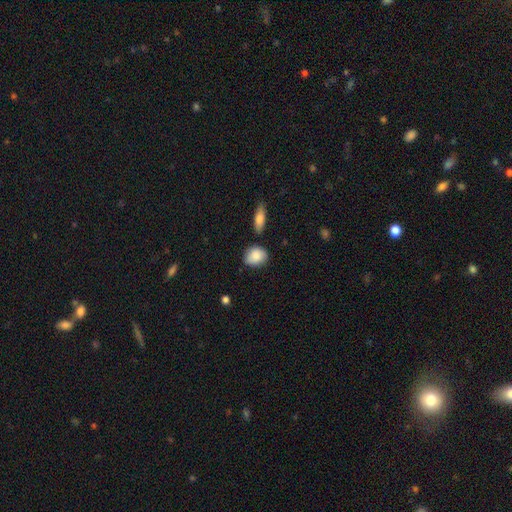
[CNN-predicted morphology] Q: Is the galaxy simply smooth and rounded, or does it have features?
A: smooth — 87%.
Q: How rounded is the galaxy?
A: in between — 53%.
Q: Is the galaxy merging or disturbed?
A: none — 73%.